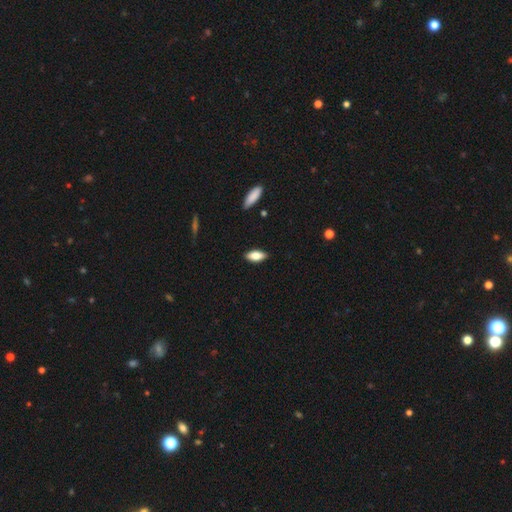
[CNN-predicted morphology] This is clearly a smooth galaxy (82%). How rounded: clearly in between (83%). Merging: clearly none (88%).